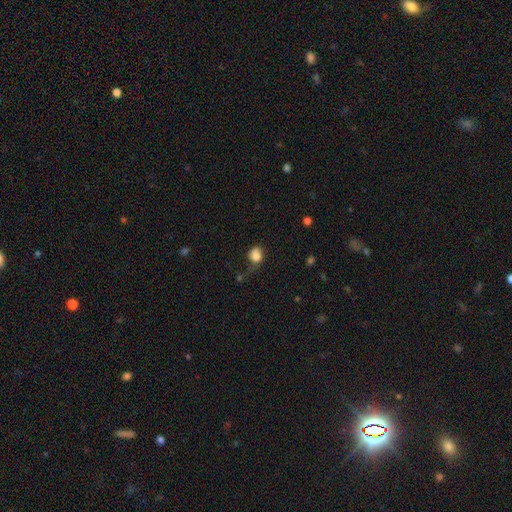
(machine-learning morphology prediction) Q: Smooth or featured?
A: smooth (81%); runner-up: star or artifact (9%)
Q: How rounded?
A: round (55%); runner-up: in between (44%)
Q: Merging?
A: none (39%); runner-up: minor disturbance (31%)